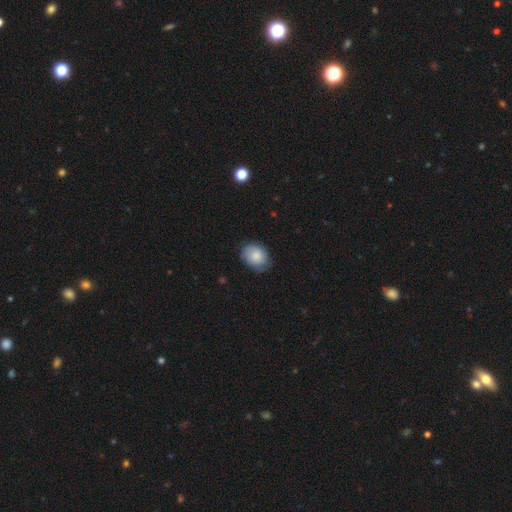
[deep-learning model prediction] Smooth or featured?
  - smooth: 81% *
  - featured or disk: 12%
  - star or artifact: 7%
How rounded?
  - in between: 59% *
  - round: 40%
  - cigar-shaped: 1%
Merging?
  - none: 73% *
  - minor disturbance: 22%
  - major disturbance: 4%
  - merger: 1%